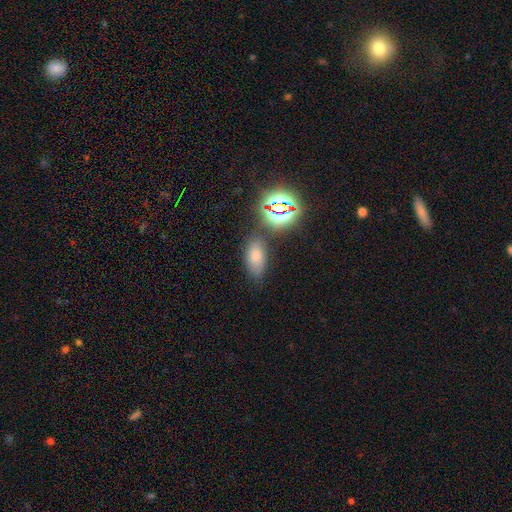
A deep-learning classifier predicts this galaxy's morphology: A smooth galaxy with no disk features (57%) that is in between round and cigar-shaped (85%).

Vote fractions:
- Smooth or featured? smooth: 57% / star or artifact: 31% / featured or disk: 12%
- How rounded? in between: 85% / round: 9% / cigar-shaped: 6%
- Merging? none: 77% / minor disturbance: 13% / merger: 5% / major disturbance: 4%